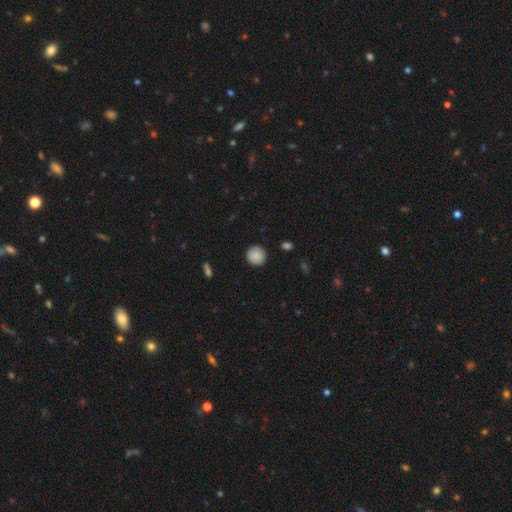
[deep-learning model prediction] This appears to be a smooth galaxy with no disk features (88%) that is round (95%). Merging: none (91%).